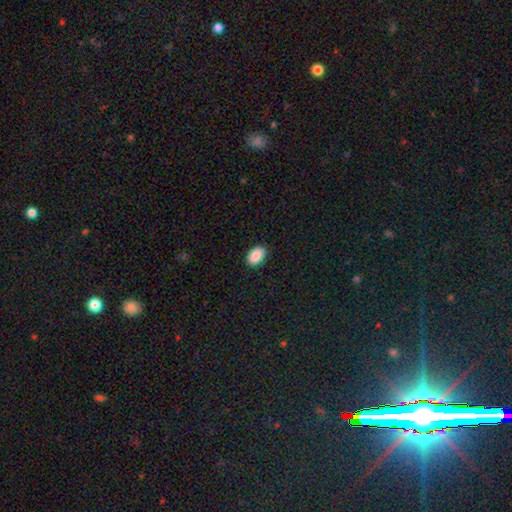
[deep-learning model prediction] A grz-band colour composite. It shows a smooth galaxy with no disk features (89%) that is in between round and cigar-shaped (90%). Merging: none (87%).